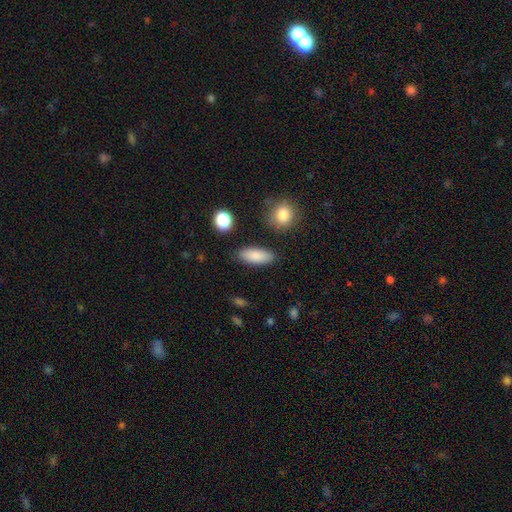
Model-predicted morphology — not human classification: This appears to be a smooth galaxy with no disk features (85%) that is in between round and cigar-shaped (75%). Merging: none (85%).